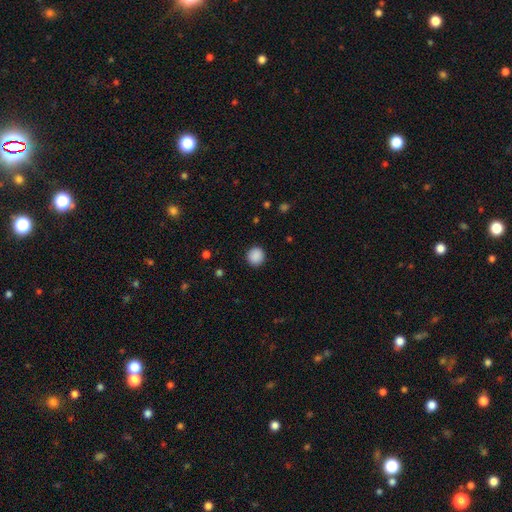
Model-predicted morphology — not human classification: This is clearly a smooth galaxy (89%). How rounded: clearly round (93%). Merging: clearly none (92%).